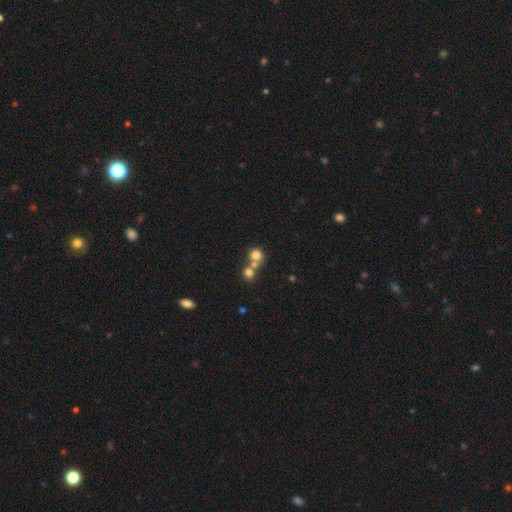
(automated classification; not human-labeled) This appears to be a smooth galaxy with no disk features (74%) that is round (86%). Merging: merger (49%).